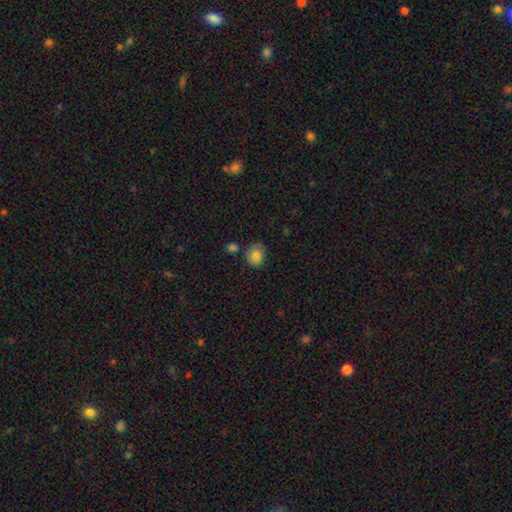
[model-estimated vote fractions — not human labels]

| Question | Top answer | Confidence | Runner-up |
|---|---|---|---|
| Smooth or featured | smooth | 84% | star or artifact (9%) |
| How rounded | round | 52% | in between (48%) |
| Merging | none | 70% | minor disturbance (19%) |